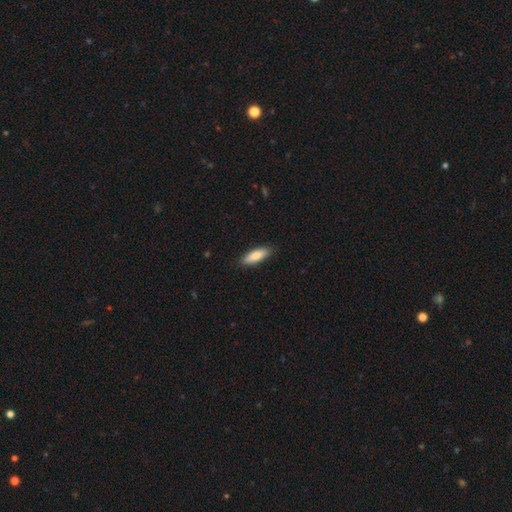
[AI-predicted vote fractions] A smooth galaxy with no disk features (84%) that is in between round and cigar-shaped (56%). Merging: none (87%).